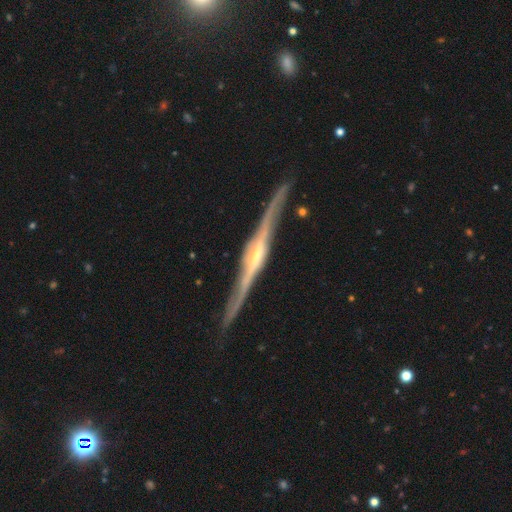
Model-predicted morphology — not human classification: Smooth or featured?
  - featured or disk: 89% *
  - smooth: 7%
  - star or artifact: 4%
Edge-on disk?
  - yes: 97% *
  - no: 3%
Edge-on bulge?
  - rounded: 66% *
  - boxy: 23%
  - none: 12%
Merging?
  - none: 85% *
  - minor disturbance: 12%
  - major disturbance: 2%
  - merger: 2%